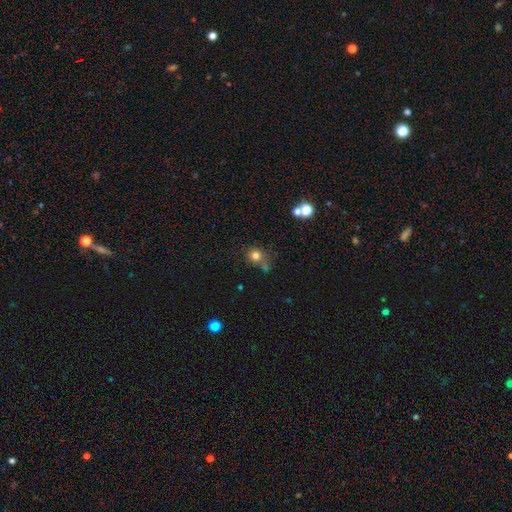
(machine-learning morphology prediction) The model was most divided on "merging": none: 58%, minor disturbance: 17%, merger: 17%, major disturbance: 8%. More confident: how rounded — round (83%); smooth or featured — smooth (77%).